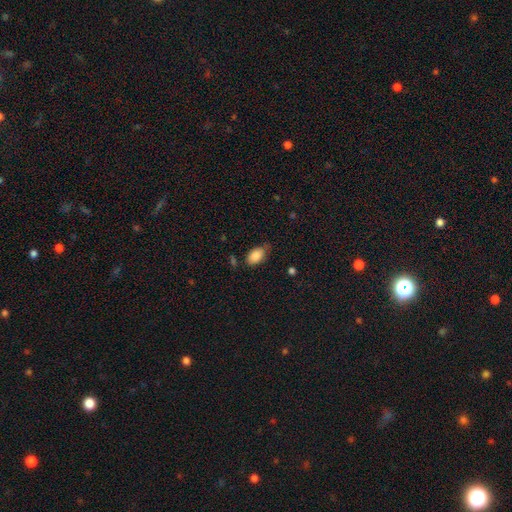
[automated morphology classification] A smooth galaxy with no disk features (87%) that is in between round and cigar-shaped (92%). Merging: none (61%).